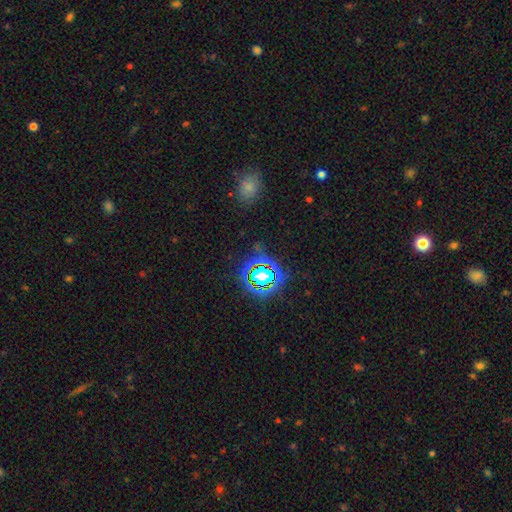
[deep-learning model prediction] Smooth or featured? Predicted: star or artifact (p=0.71).